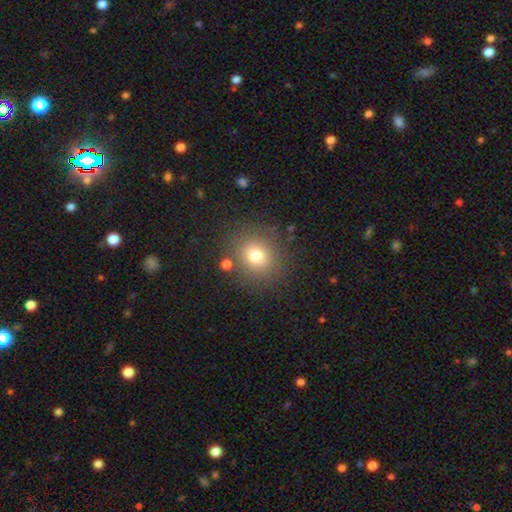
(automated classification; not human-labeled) A smooth galaxy with no disk features (75%) that is round (85%). Merging: none (84%).